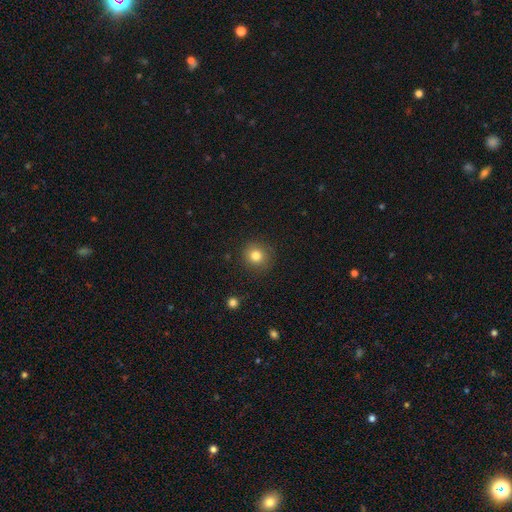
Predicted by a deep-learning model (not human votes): Smooth or featured? smooth (81%)
How rounded? round (91%)
Merging? none (89%)